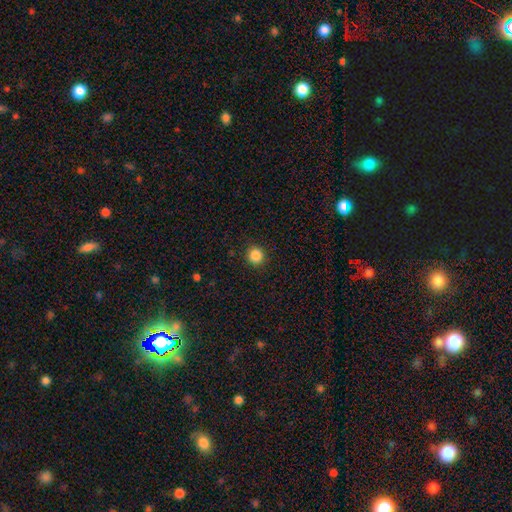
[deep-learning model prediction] Morphology: type=smooth (86%); roundness=round (92%); merging=none (91%).